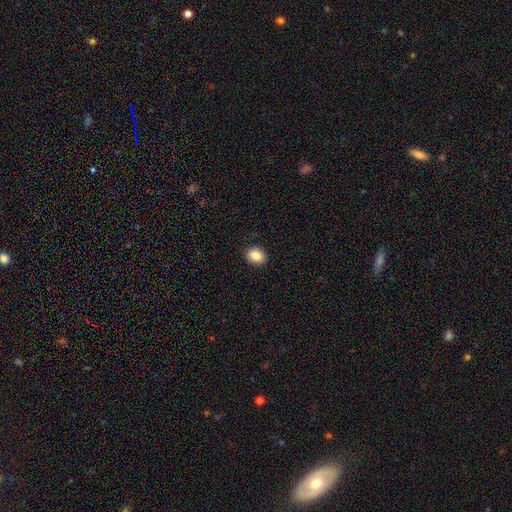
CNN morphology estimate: type=smooth (85%); roundness=in between (53%); merging=none (91%).